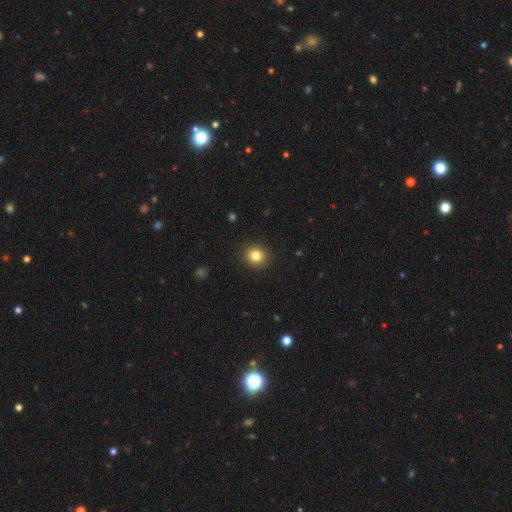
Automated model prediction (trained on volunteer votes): Overall: smooth (83%). How rounded: round (90%). Merging: none (92%).